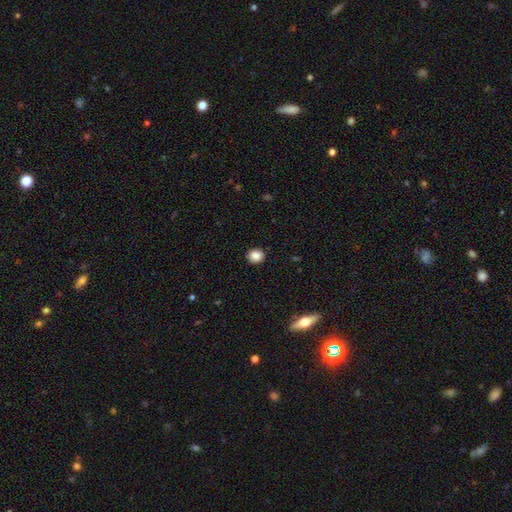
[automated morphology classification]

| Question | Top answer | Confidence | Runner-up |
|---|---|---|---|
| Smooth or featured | smooth | 87% | star or artifact (10%) |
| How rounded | round | 83% | in between (16%) |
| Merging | none | 91% | minor disturbance (7%) |